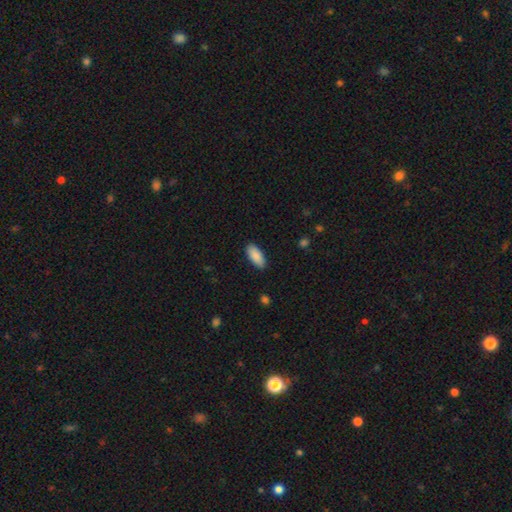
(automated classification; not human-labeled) smooth 90%, star or artifact 6%, featured or disk 4%. Down the decision tree: how rounded — in between (88%); merging — none (88%).